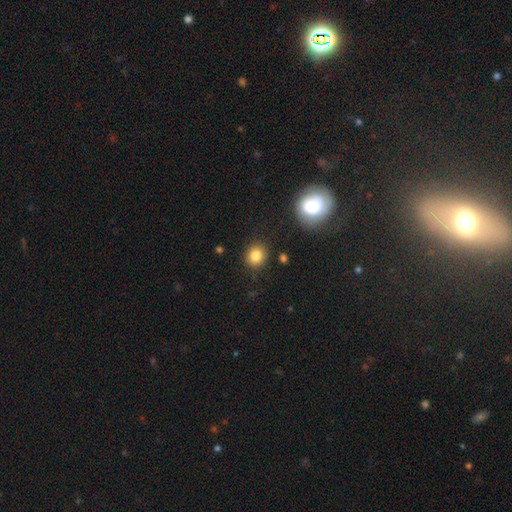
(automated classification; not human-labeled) The model was most divided on "how rounded": round: 80%, in between: 19%, cigar-shaped: 1%. More confident: merging — none (88%); smooth or featured — smooth (83%).